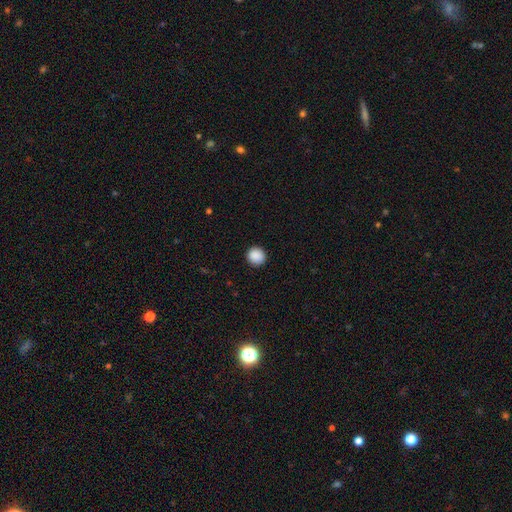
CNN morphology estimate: This appears to be a smooth galaxy with no disk features (89%) that is round (94%). Merging: none (92%).